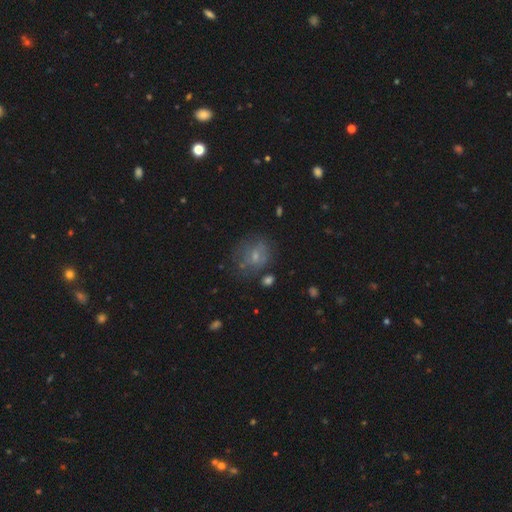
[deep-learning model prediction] Morphology: type=smooth (49%); merging=none (52%).